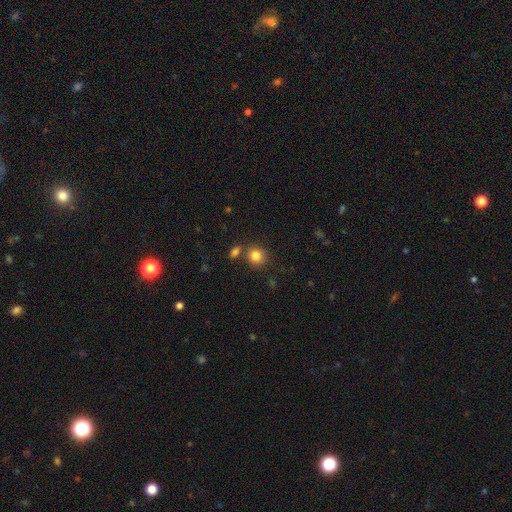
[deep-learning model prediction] Smooth or featured? smooth (83%)
How rounded? round (83%)
Merging? none (73%)